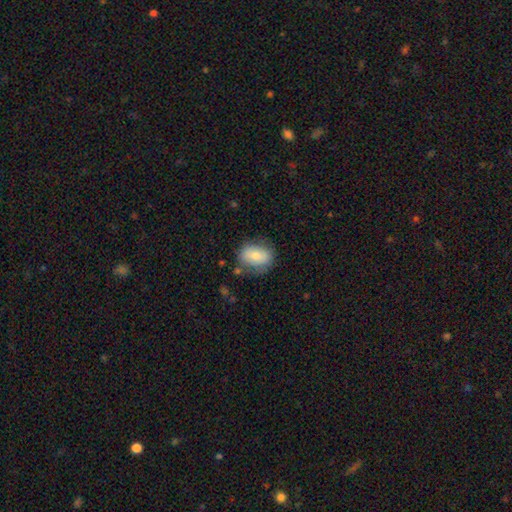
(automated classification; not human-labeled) Smooth or featured? smooth (73%)
How rounded? in between (67%)
Merging? none (70%)